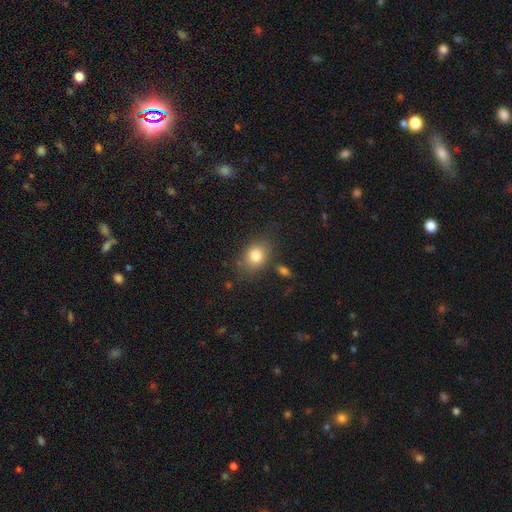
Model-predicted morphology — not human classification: type=smooth (81%); roundness=in between (61%); merging=none (75%).